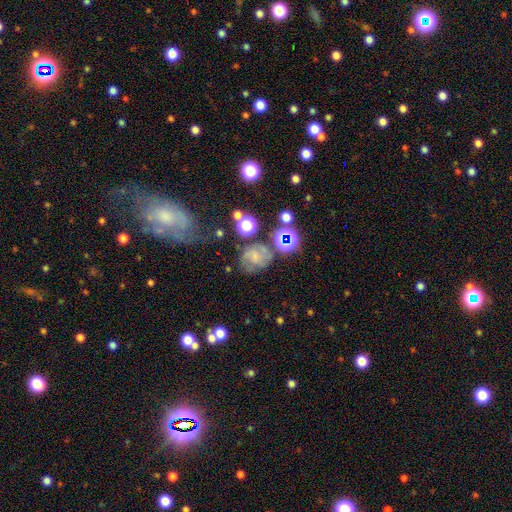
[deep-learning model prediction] Smooth or featured?
  - featured or disk: 44% *
  - smooth: 36%
  - star or artifact: 20%
Merging?
  - none: 48% *
  - minor disturbance: 23%
  - major disturbance: 18%
  - merger: 11%